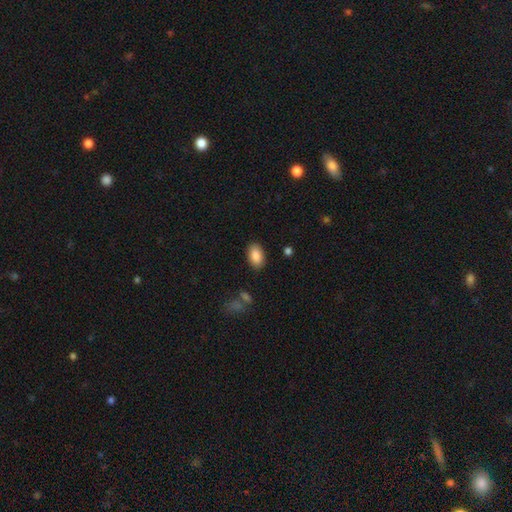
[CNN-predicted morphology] smooth_or_featured: smooth (p=0.87) [alt: star or artifact p=0.07]
how_rounded: in between (p=0.92) [alt: round p=0.06]
merging: none (p=0.87) [alt: minor disturbance p=0.09]